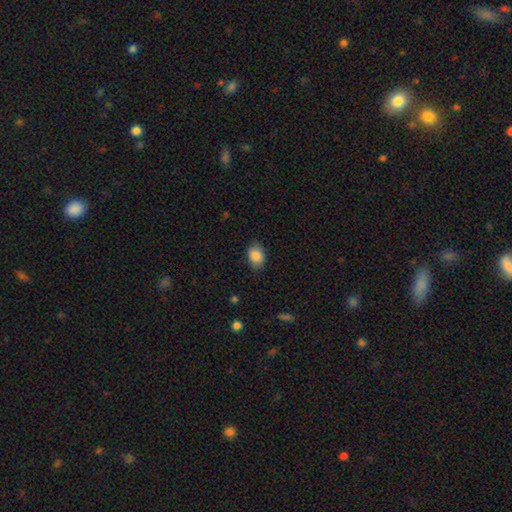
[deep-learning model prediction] Morphology: type=smooth (88%); roundness=in between (80%); merging=none (81%).